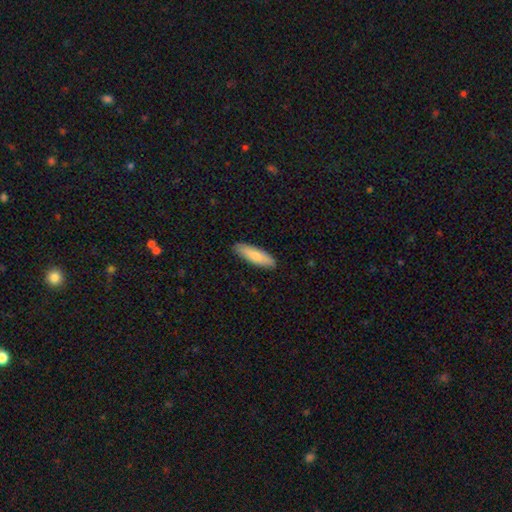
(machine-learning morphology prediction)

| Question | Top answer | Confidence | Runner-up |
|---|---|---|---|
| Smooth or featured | smooth | 84% | featured or disk (11%) |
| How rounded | cigar-shaped | 60% | in between (39%) |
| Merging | none | 89% | minor disturbance (9%) |